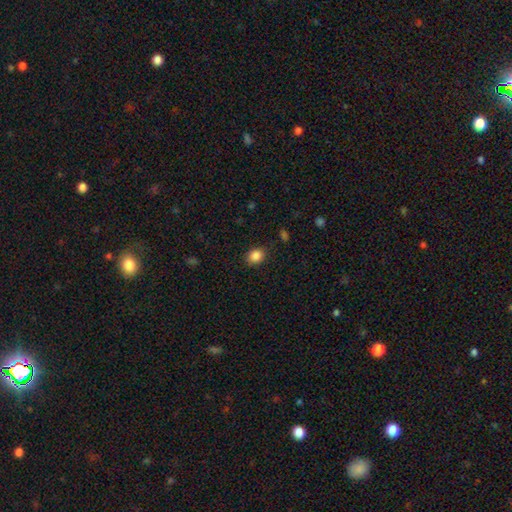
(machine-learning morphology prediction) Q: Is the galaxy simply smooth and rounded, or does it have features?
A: smooth — 86%.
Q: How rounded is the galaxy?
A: round — 57%.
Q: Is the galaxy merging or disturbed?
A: none — 86%.